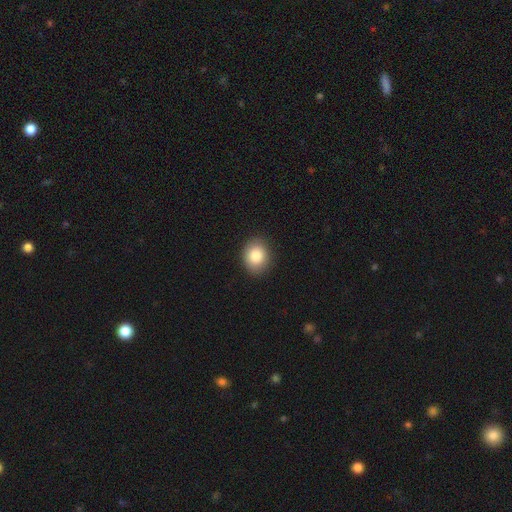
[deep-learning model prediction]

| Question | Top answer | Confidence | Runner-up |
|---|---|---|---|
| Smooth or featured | smooth | 85% | star or artifact (8%) |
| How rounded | round | 57% | in between (42%) |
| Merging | none | 89% | minor disturbance (8%) |